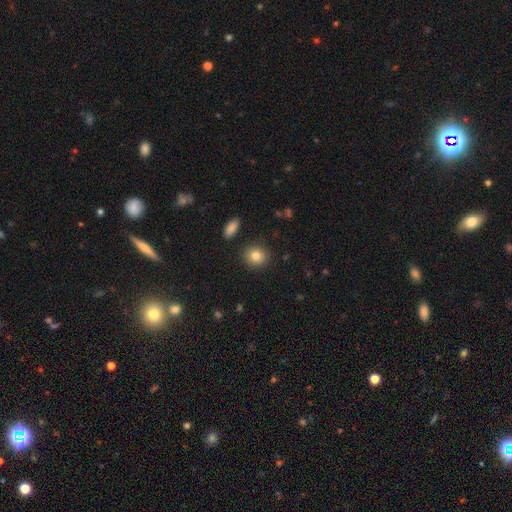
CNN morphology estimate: This is clearly a smooth galaxy (82%). How rounded: clearly round (82%). Merging: clearly none (89%).